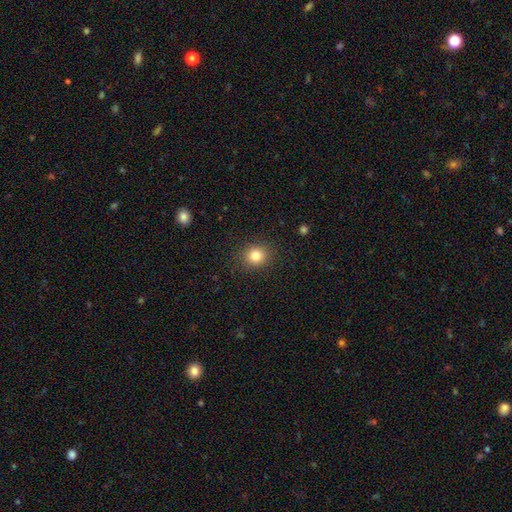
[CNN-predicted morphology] Smooth or featured?
  - smooth: 82% *
  - star or artifact: 12%
  - featured or disk: 6%
How rounded?
  - round: 81% *
  - in between: 18%
  - cigar-shaped: 1%
Merging?
  - none: 89% *
  - minor disturbance: 8%
  - major disturbance: 3%
  - merger: 1%